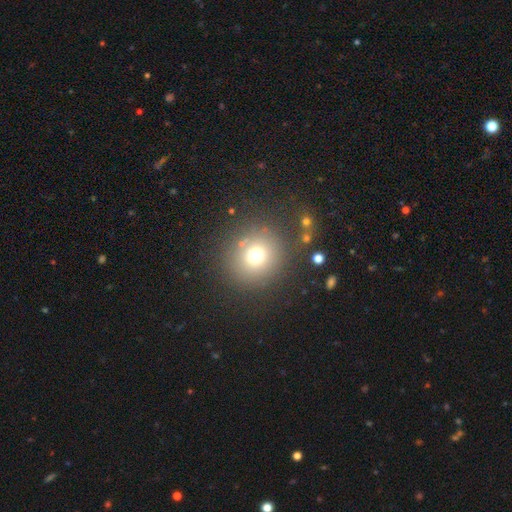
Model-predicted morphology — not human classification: Smooth or featured: smooth — 70% (star or artifact — 18%)
How rounded: round — 91% (in between — 9%)
Merging: none — 81% (minor disturbance — 9%)